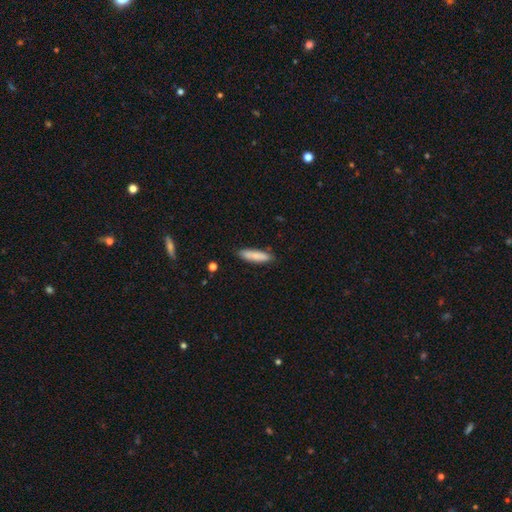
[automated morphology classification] Q: Smooth or featured?
A: smooth (80%); runner-up: featured or disk (14%)
Q: How rounded?
A: cigar-shaped (70%); runner-up: in between (29%)
Q: Merging?
A: none (81%); runner-up: minor disturbance (14%)